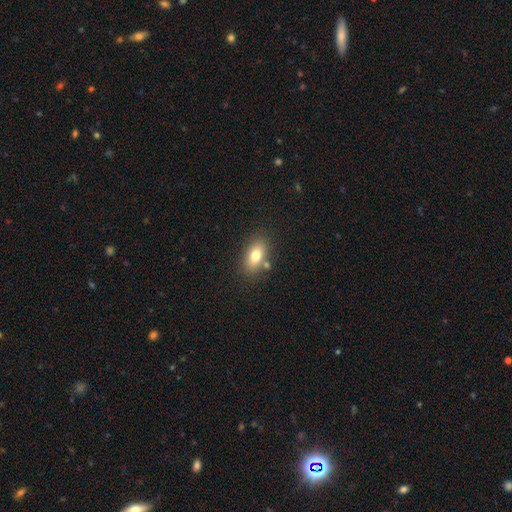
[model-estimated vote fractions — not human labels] A smooth galaxy with no disk features (76%) that is in between round and cigar-shaped (86%). Merging: none (73%).